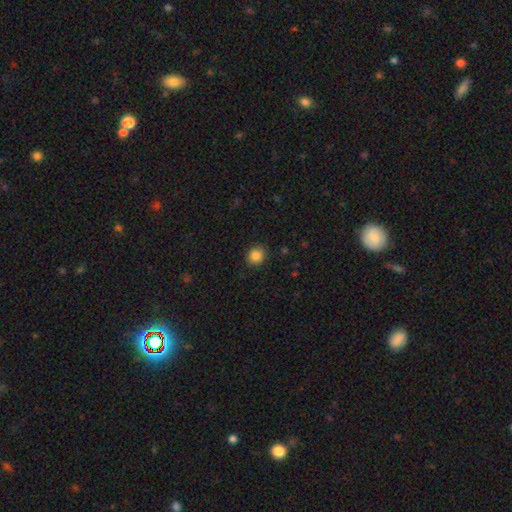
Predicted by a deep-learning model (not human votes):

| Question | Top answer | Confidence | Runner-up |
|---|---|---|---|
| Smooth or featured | smooth | 87% | star or artifact (10%) |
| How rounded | round | 86% | in between (13%) |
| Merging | none | 90% | minor disturbance (7%) |